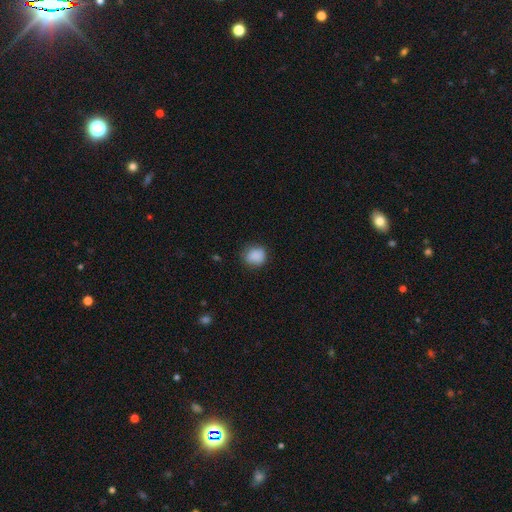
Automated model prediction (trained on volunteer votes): Q: Smooth or featured?
A: smooth (87%); runner-up: star or artifact (9%)
Q: How rounded?
A: round (72%); runner-up: in between (27%)
Q: Merging?
A: none (75%); runner-up: minor disturbance (19%)